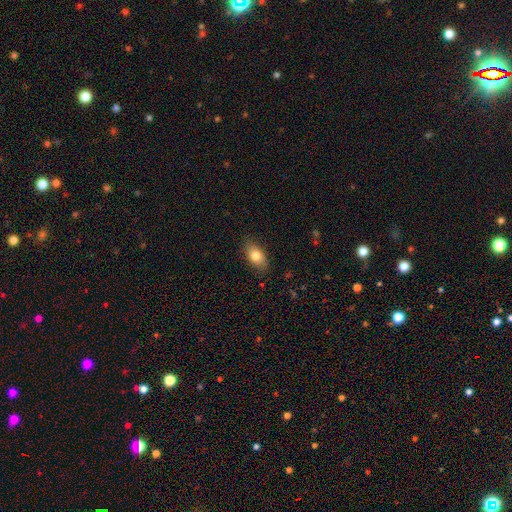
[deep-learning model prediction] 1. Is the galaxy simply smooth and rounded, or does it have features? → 81% smooth, 11% featured or disk, 8% star or artifact.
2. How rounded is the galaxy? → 88% in between, 9% round, 3% cigar-shaped.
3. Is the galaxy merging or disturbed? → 82% none, 14% minor disturbance, 3% major disturbance, 1% merger.